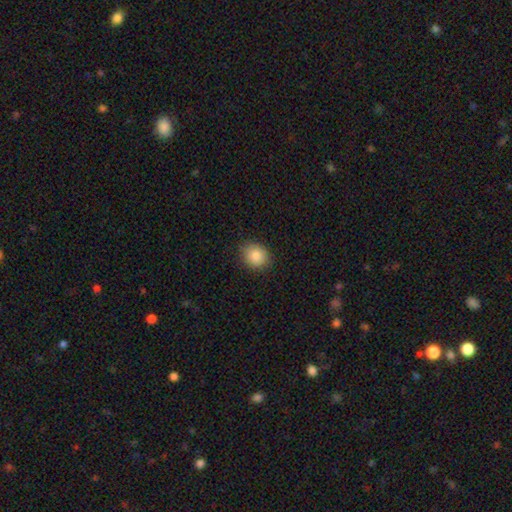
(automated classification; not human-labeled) A smooth galaxy with no disk features (86%) that is round (69%). Merging: none (87%).